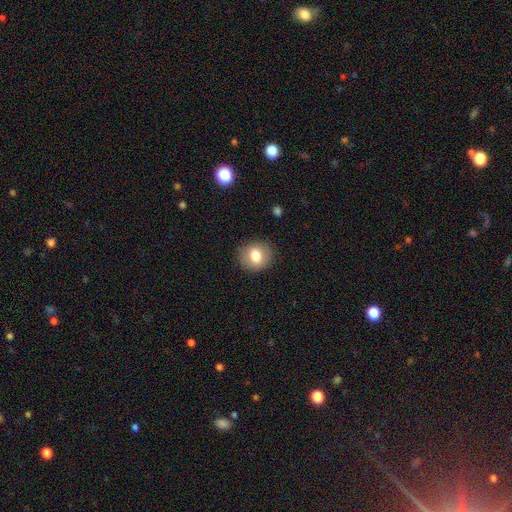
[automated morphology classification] This is likely a smooth galaxy (76%). How rounded: likely round (71%). Merging: clearly none (86%).